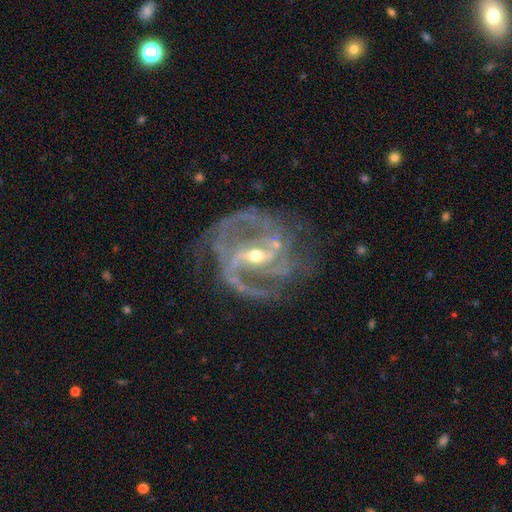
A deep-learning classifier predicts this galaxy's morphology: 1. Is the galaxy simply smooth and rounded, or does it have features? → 92% featured or disk, 5% star or artifact, 3% smooth.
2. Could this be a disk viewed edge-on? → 97% no, 3% yes.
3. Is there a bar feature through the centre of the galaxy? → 54% strong, 34% weak, 11% no.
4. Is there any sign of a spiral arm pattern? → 97% yes, 3% no.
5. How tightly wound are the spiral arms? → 55% medium, 28% tight, 17% loose.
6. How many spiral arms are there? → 65% 2, 15% 3, 8% can't tell, 4% 4, 4% 1, 4% more than 4.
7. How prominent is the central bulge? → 51% moderate, 45% small, 2% large, 1% none, 1% dominant.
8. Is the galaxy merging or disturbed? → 59% none, 20% minor disturbance, 18% major disturbance, 3% merger.